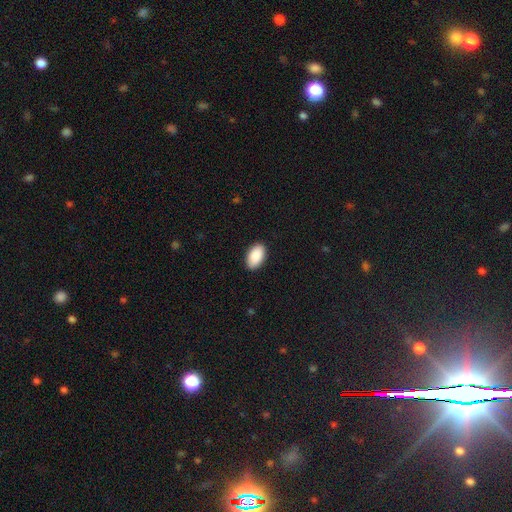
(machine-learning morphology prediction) The model was most divided on "merging": none: 88%, minor disturbance: 9%, major disturbance: 2%, merger: 1%. More confident: how rounded — in between (95%); smooth or featured — smooth (91%).